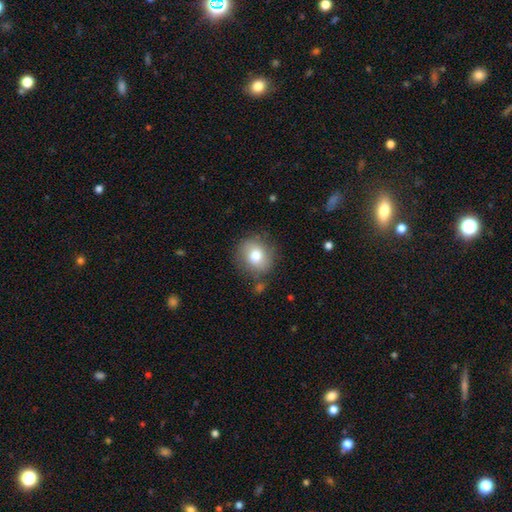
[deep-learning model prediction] This is likely a smooth galaxy (77%). How rounded: likely round (73%). Merging: clearly none (80%).